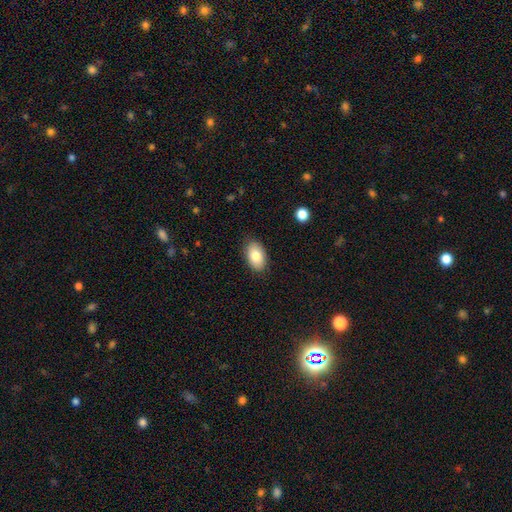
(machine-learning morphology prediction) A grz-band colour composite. It shows a smooth galaxy with no disk features (82%) that is in between round and cigar-shaped (92%). Merging: none (86%).